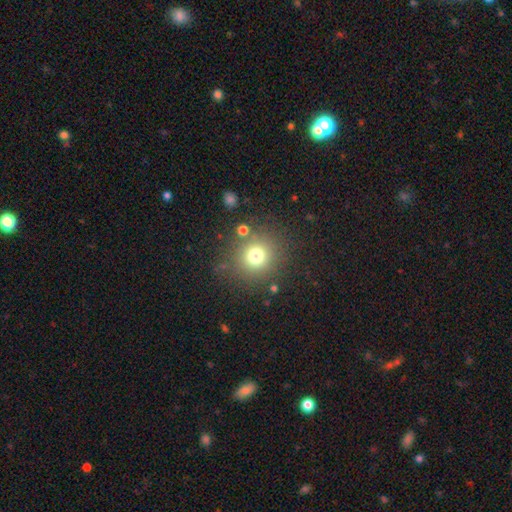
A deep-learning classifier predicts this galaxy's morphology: Q: Smooth or featured?
A: smooth (74%); runner-up: star or artifact (16%)
Q: How rounded?
A: round (91%); runner-up: in between (8%)
Q: Merging?
A: none (82%); runner-up: minor disturbance (9%)